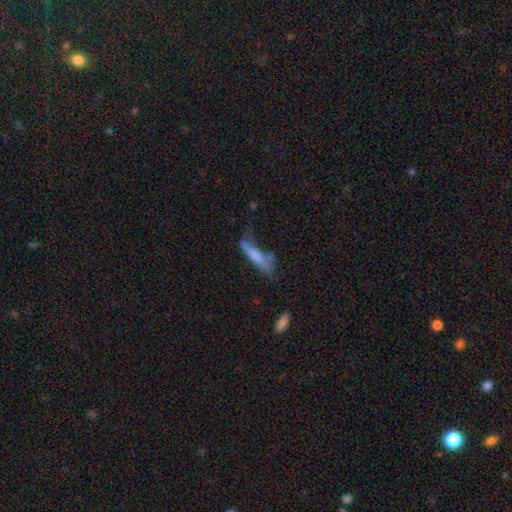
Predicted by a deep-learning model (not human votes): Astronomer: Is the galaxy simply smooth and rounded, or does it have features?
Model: smooth — 62%.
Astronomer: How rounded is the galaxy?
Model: cigar-shaped — 84%.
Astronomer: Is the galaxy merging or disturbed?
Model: none — 39% (runner-up: minor disturbance, 28%).